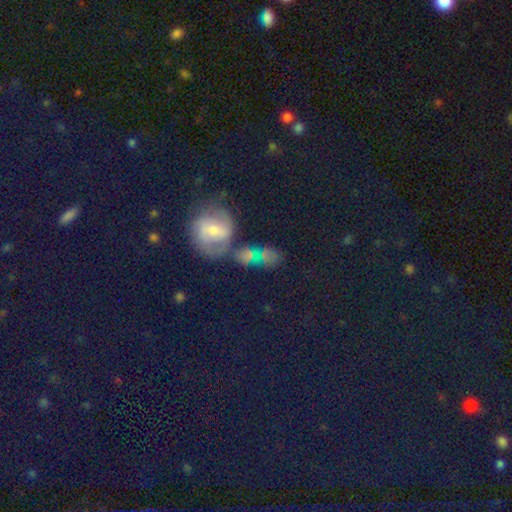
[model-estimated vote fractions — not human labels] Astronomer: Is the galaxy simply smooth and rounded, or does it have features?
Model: smooth — 48% (runner-up: featured or disk, 26%).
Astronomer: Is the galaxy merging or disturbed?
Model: none — 43% (runner-up: merger, 27%).